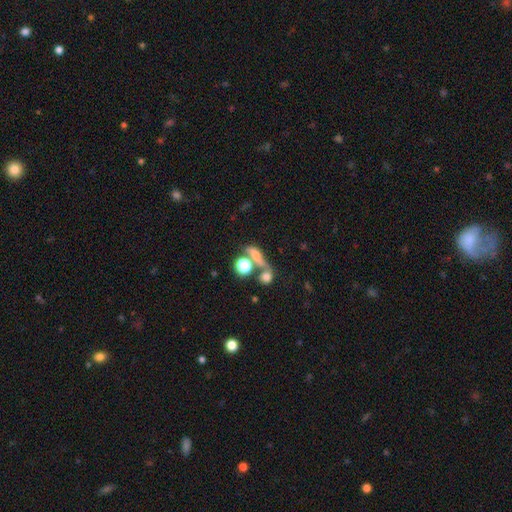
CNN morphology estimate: smooth_or_featured: smooth (p=0.56) [alt: featured or disk p=0.27]
how_rounded: round (p=0.34) [tied with: in between p=0.34]
merging: none (p=0.41) [alt: merger p=0.36]